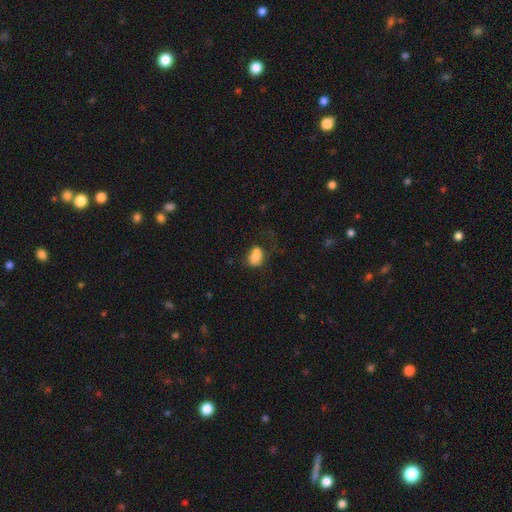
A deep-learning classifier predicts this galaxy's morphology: The model was most divided on "merging": none: 37%, merger: 25%, minor disturbance: 22%, major disturbance: 16%. More confident: smooth or featured — smooth (77%); how rounded — in between (75%).